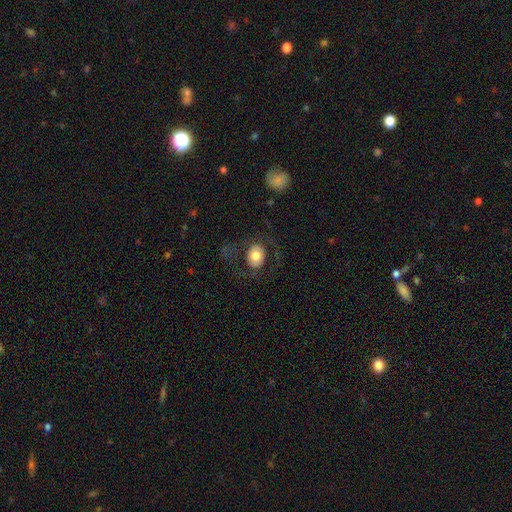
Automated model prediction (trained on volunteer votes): The model was most divided on "how rounded": round: 52%, in between: 47%, cigar-shaped: 1%. More confident: merging — none (73%); smooth or featured — smooth (67%).